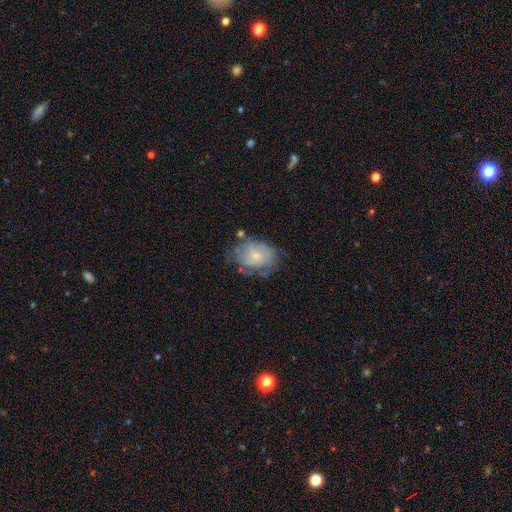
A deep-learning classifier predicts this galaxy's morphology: type=featured or disk (58%); edge-on=no (97%); bar=no (73%); spiral arms=yes (72%); bulge=small (61%); merging=none (53%).